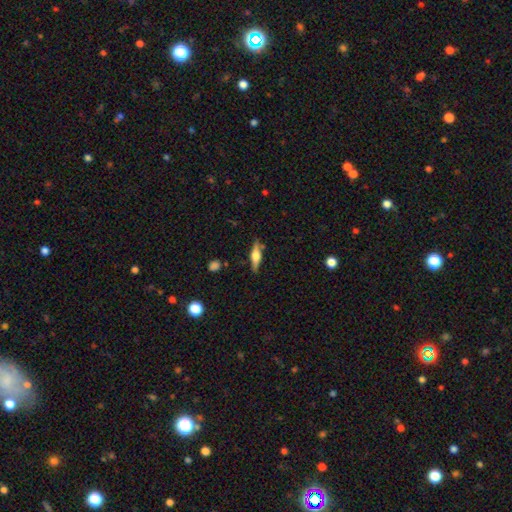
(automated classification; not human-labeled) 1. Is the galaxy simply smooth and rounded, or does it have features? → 62% featured or disk, 31% smooth, 7% star or artifact.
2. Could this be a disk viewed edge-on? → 96% yes, 4% no.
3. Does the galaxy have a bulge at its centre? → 86% rounded, 11% boxy, 2% none.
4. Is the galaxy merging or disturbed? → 83% none, 12% minor disturbance, 3% major disturbance, 2% merger.